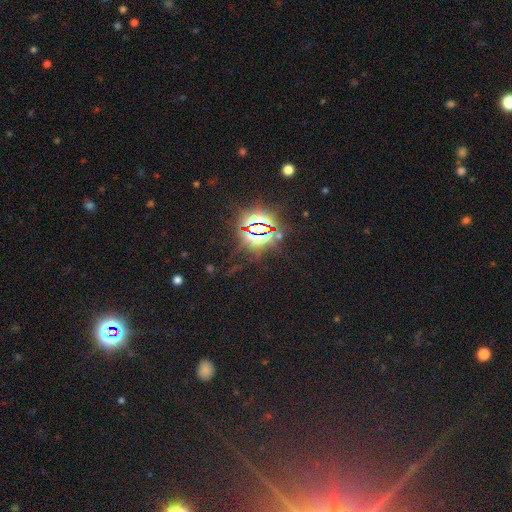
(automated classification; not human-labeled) star or artifact 79%, smooth 14%, featured or disk 8%.